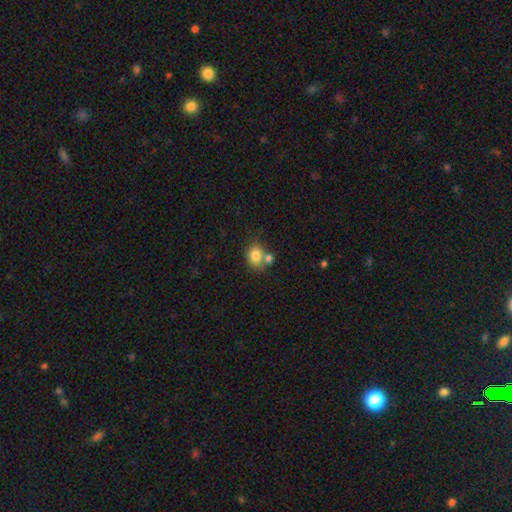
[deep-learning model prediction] smooth 81%, featured or disk 10%, star or artifact 9%. Down the decision tree: how rounded — in between (57%); merging — none (48%).